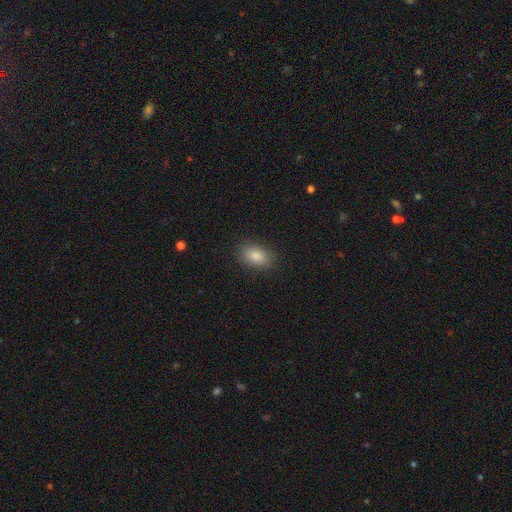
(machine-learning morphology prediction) Overall: smooth (84%). How rounded: in between (84%). Merging: none (89%).